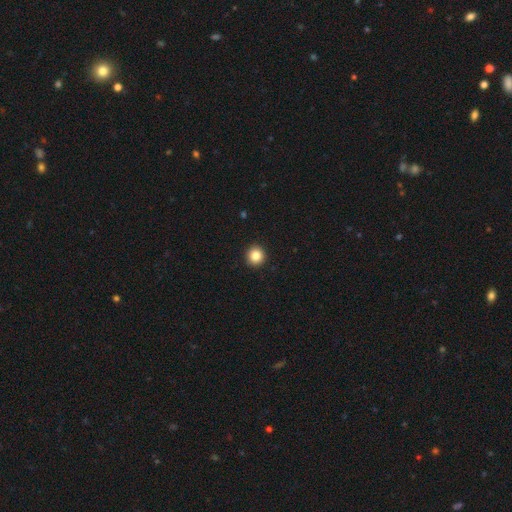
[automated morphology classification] smooth_or_featured: smooth (p=0.84) [alt: star or artifact p=0.10]
how_rounded: round (p=0.94) [alt: in between p=0.05]
merging: none (p=0.94) [alt: minor disturbance p=0.04]